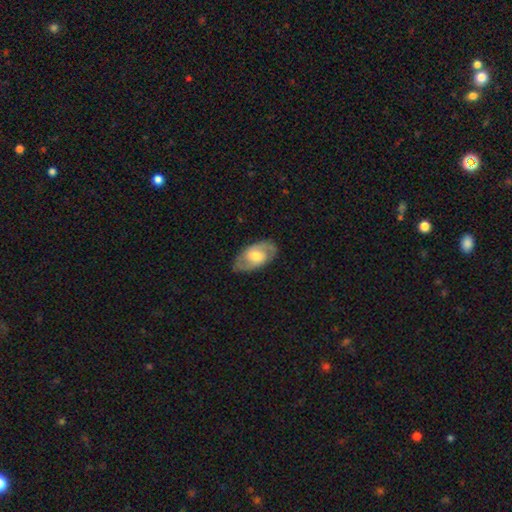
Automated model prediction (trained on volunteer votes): This appears to be a featured or disk galaxy (70%) with no bar (50%), 2 (86%) medium (50%) spiral arms (87%) and a moderate central bulge (59%). Merging: none (82%).